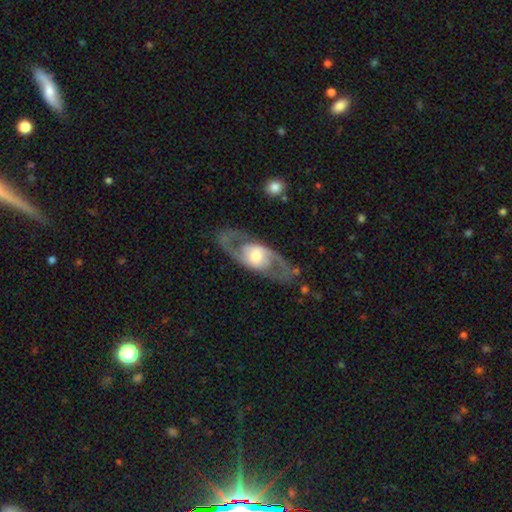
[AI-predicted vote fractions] smooth_or_featured: featured or disk (p=0.81) [alt: smooth p=0.14]
disk_edge_on: no (p=0.90) [alt: yes p=0.10]
bar: no (p=0.61) [alt: weak p=0.27]
has_spiral_arms: yes (p=0.78) [alt: no p=0.22]
spiral_winding: medium (p=0.53) [alt: loose p=0.24]
spiral_arm_count: 2 (p=0.88) [alt: can't tell p=0.07]
bulge_size: moderate (p=0.57) [alt: large p=0.24]
merging: none (p=0.81) [alt: minor disturbance p=0.11]